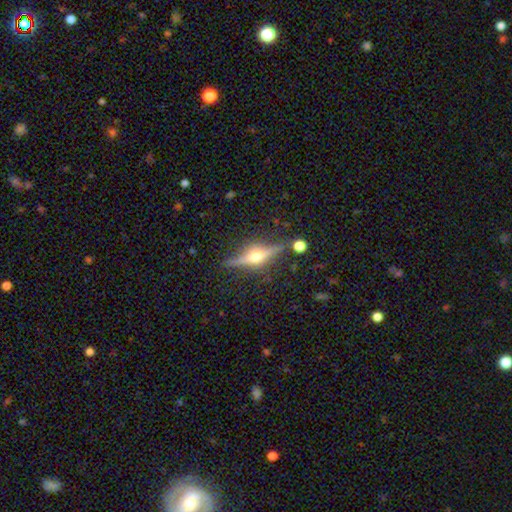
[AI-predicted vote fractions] This appears to be a featured or disk galaxy (78%) viewed edge-on (96%) with a rounded central bulge (95%). Merging: none (86%).